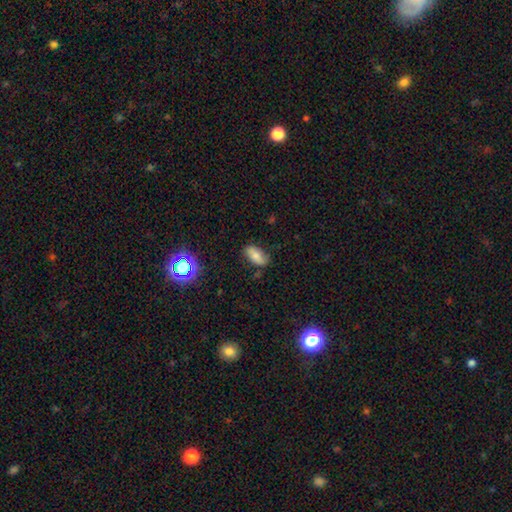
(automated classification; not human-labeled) smooth 70%, featured or disk 18%, star or artifact 11%. Down the decision tree: how rounded — in between (89%); merging — none (75%).